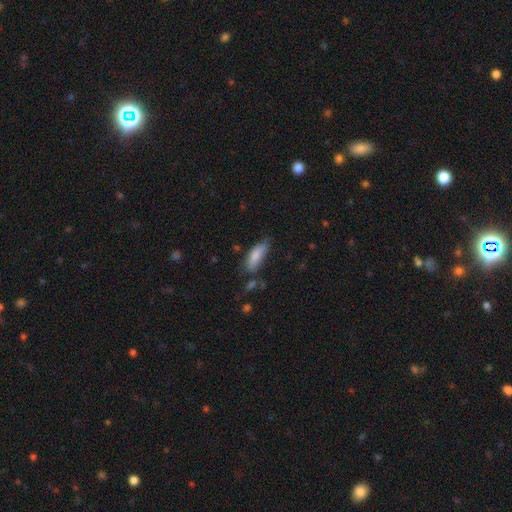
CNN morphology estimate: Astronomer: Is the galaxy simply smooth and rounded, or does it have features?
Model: smooth — 81%.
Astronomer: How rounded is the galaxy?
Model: in between — 69%.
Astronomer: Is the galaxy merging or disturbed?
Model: none — 60%.